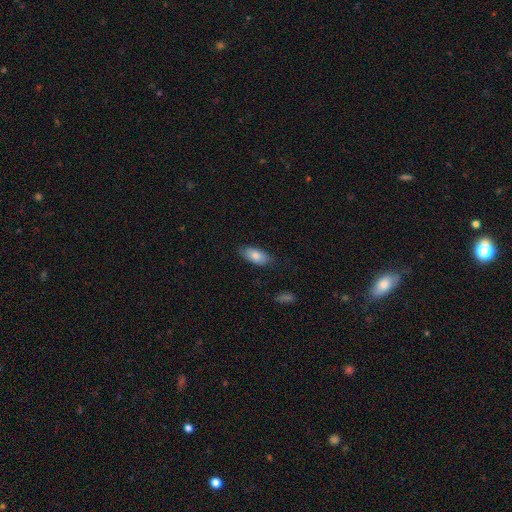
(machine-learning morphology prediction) Smooth or featured? Predicted: smooth (p=0.80). How rounded? Predicted: in between (p=0.90). Merging? Predicted: none (p=0.79).